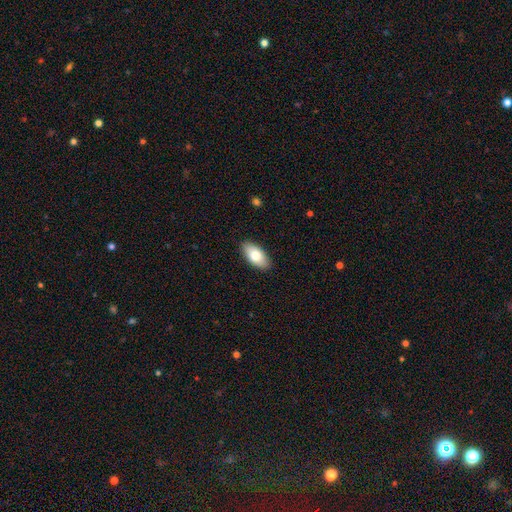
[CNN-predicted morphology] Q: Smooth or featured?
A: smooth (77%); runner-up: featured or disk (17%)
Q: How rounded?
A: in between (93%); runner-up: cigar-shaped (5%)
Q: Merging?
A: none (89%); runner-up: minor disturbance (9%)